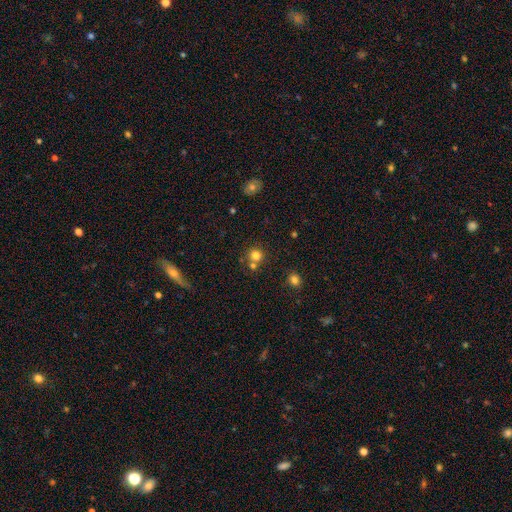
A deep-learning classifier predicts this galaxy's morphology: This appears to be a smooth galaxy with no disk features (78%) that is round (91%). Merging: none (65%).